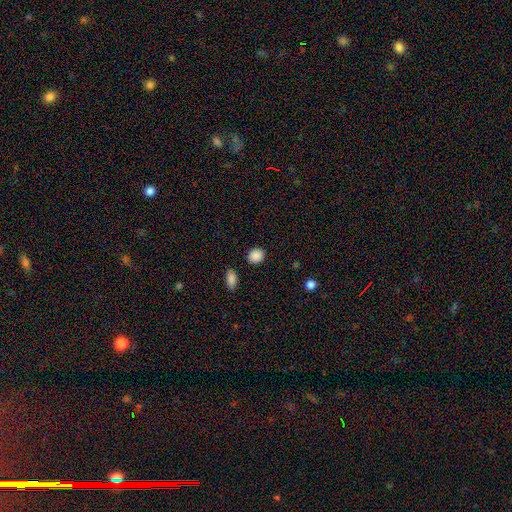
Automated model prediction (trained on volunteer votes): Overall: smooth (89%). How rounded: round (77%). Merging: none (88%).